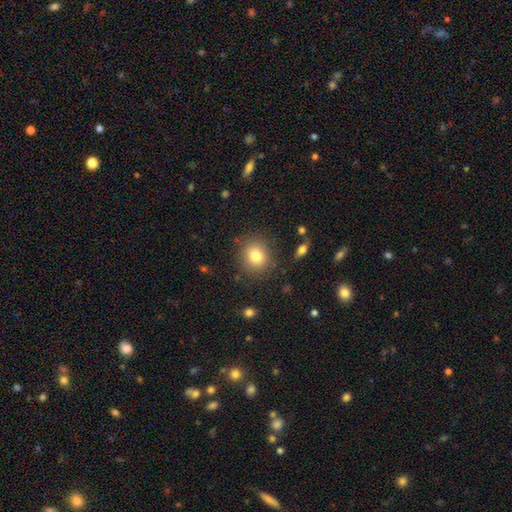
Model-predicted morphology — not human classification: Smooth or featured: smooth — 81% (star or artifact — 10%)
How rounded: round — 78% (in between — 21%)
Merging: none — 84% (minor disturbance — 10%)